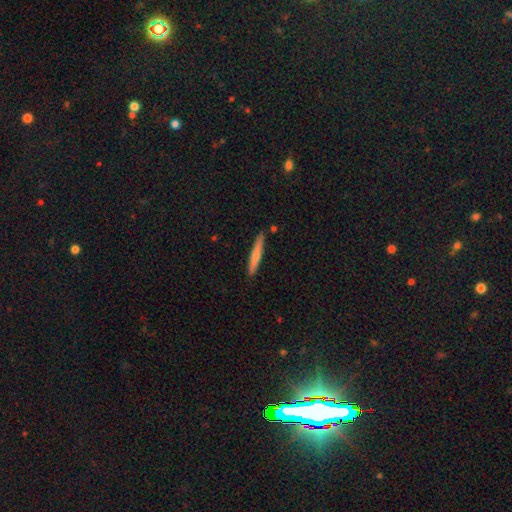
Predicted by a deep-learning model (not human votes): Q: Smooth or featured?
A: smooth (58%); runner-up: featured or disk (37%)
Q: How rounded?
A: cigar-shaped (94%); runner-up: in between (5%)
Q: Merging?
A: none (87%); runner-up: minor disturbance (9%)